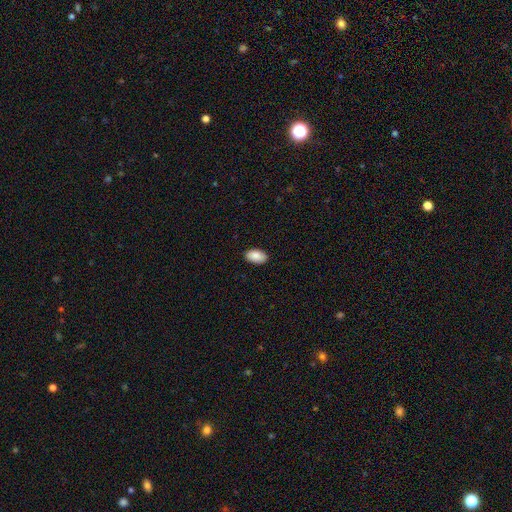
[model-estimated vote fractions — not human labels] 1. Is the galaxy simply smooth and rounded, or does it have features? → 89% smooth, 6% star or artifact, 4% featured or disk.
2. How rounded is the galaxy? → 94% in between, 4% round, 1% cigar-shaped.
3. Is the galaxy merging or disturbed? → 89% none, 8% minor disturbance, 2% major disturbance, 1% merger.